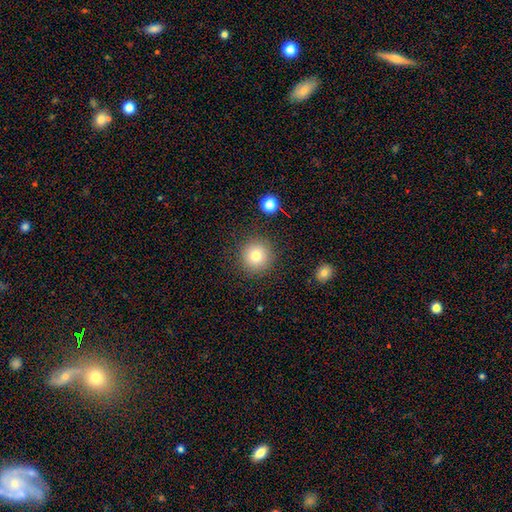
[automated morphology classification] Q: Smooth or featured?
A: smooth (79%); runner-up: star or artifact (12%)
Q: How rounded?
A: round (95%); runner-up: in between (4%)
Q: Merging?
A: none (89%); runner-up: minor disturbance (7%)